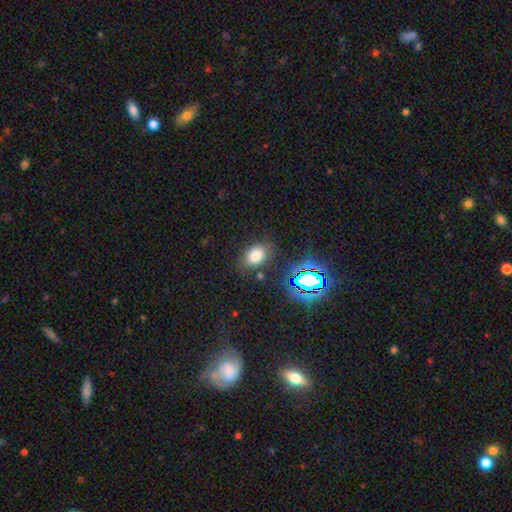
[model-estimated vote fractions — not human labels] smooth 74%, star or artifact 18%, featured or disk 8%. Down the decision tree: how rounded — in between (80%); merging — none (79%).